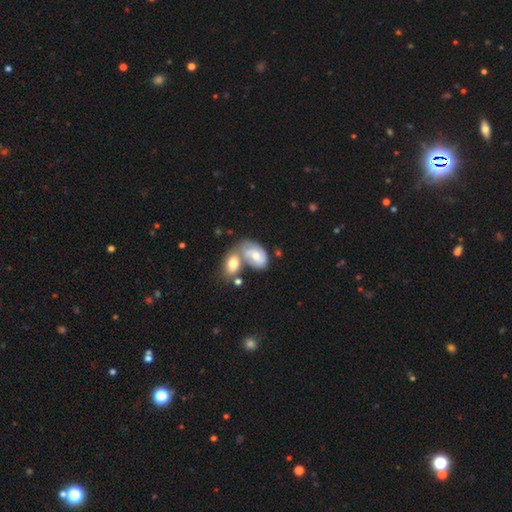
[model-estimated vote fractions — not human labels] A smooth galaxy with no disk features (54%) that is in between round and cigar-shaped (90%). Merging: merger (59%).